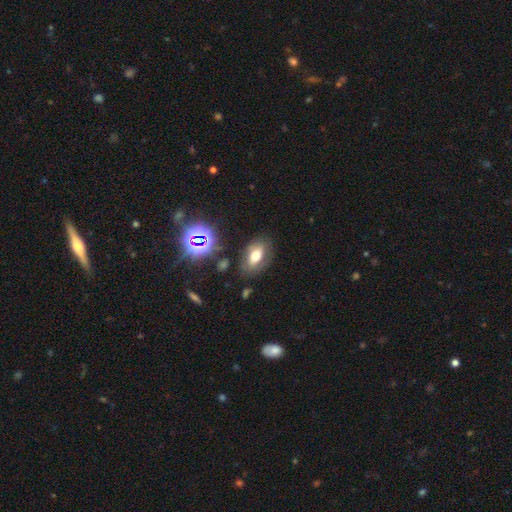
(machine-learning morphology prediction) Smooth or featured?
  - smooth: 58% *
  - featured or disk: 25%
  - star or artifact: 17%
How rounded?
  - in between: 87% *
  - round: 10%
  - cigar-shaped: 3%
Merging?
  - none: 76% *
  - minor disturbance: 15%
  - major disturbance: 6%
  - merger: 3%